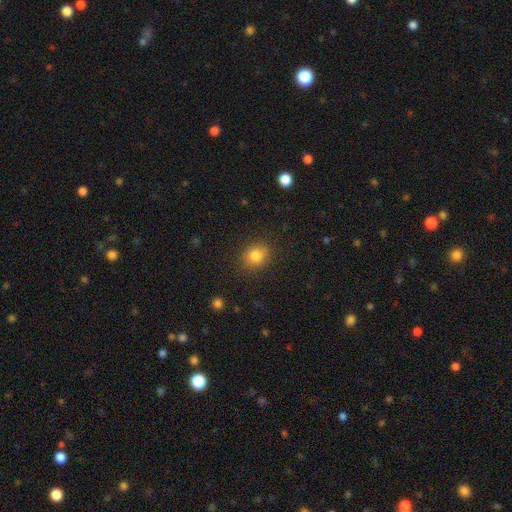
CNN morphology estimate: smooth 81%, star or artifact 12%, featured or disk 7%. Down the decision tree: how rounded — round (71%); merging — none (84%).